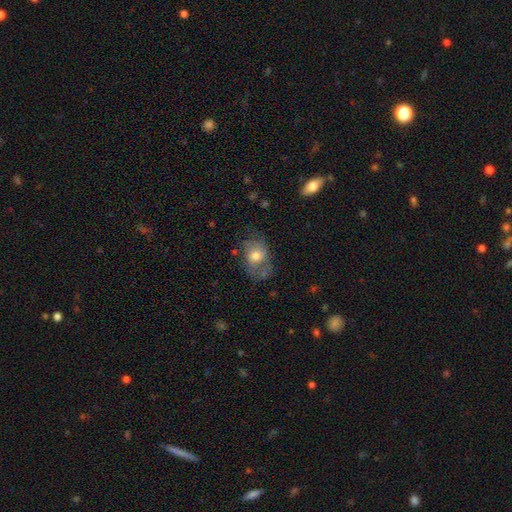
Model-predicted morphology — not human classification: The model was most divided on "merging": none: 44%, minor disturbance: 29%, major disturbance: 22%, merger: 5%. More confident: how rounded — in between (69%); smooth or featured — smooth (61%).